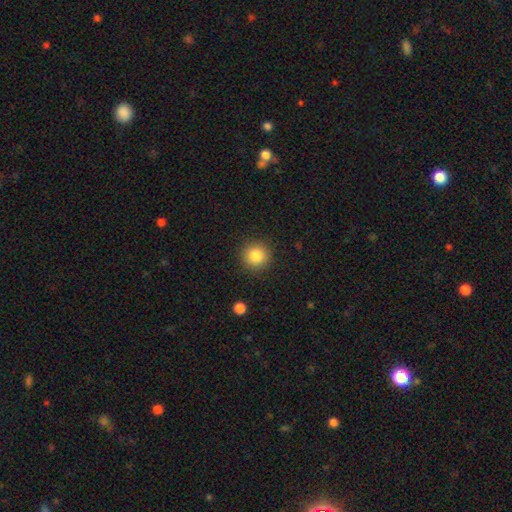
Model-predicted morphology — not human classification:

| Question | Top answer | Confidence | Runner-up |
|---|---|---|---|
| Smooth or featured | smooth | 83% | star or artifact (11%) |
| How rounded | round | 94% | in between (5%) |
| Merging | none | 90% | minor disturbance (6%) |